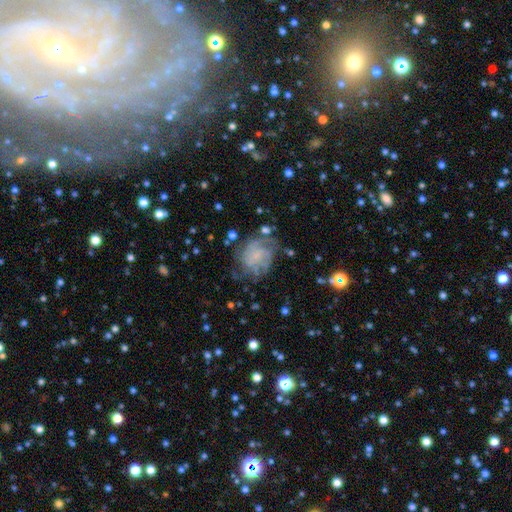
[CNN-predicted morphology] smooth_or_featured: featured or disk (p=0.68) [alt: smooth p=0.22]
disk_edge_on: no (p=0.98) [alt: yes p=0.02]
bar: no (p=0.67) [alt: weak p=0.28]
has_spiral_arms: yes (p=0.85) [alt: no p=0.15]
spiral_winding: tight (p=0.46) [alt: medium p=0.38]
spiral_arm_count: can't tell (p=0.42) [alt: 3 p=0.18]
bulge_size: small (p=0.46) [alt: none p=0.37]
merging: none (p=0.58) [alt: minor disturbance p=0.21]